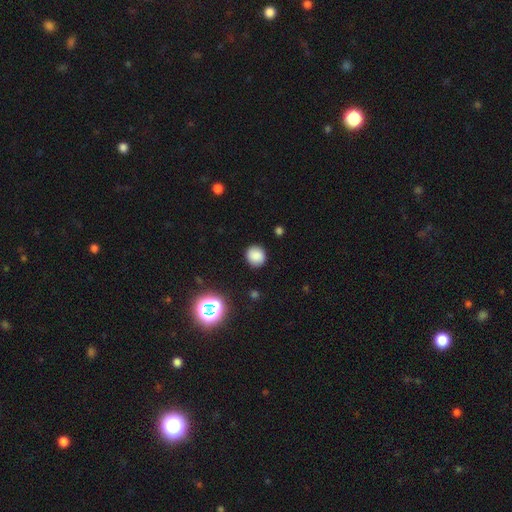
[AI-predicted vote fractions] Smooth or featured? Predicted: smooth (p=0.82). How rounded? Predicted: round (p=0.86). Merging? Predicted: none (p=0.88).